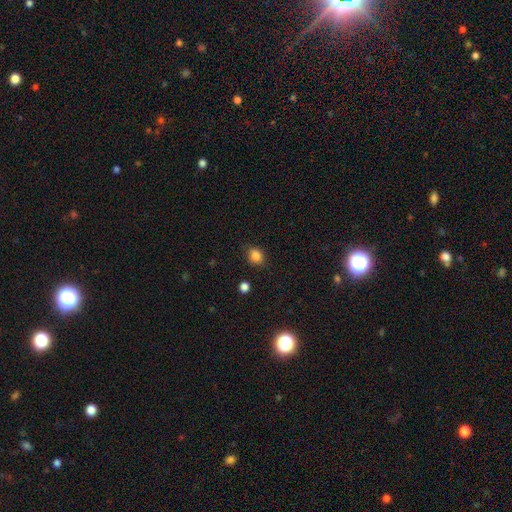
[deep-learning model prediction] Smooth or featured?
  - smooth: 84% *
  - star or artifact: 11%
  - featured or disk: 5%
How rounded?
  - round: 61% *
  - in between: 37%
  - cigar-shaped: 1%
Merging?
  - none: 83% *
  - minor disturbance: 13%
  - major disturbance: 3%
  - merger: 2%